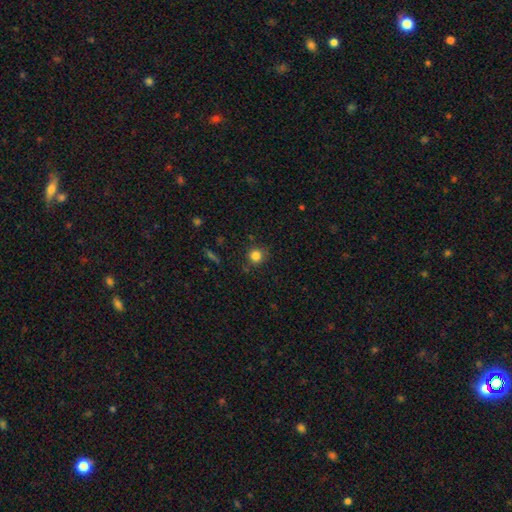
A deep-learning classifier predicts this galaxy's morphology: smooth 83%, star or artifact 12%, featured or disk 5%. Down the decision tree: how rounded — round (91%); merging — none (83%).